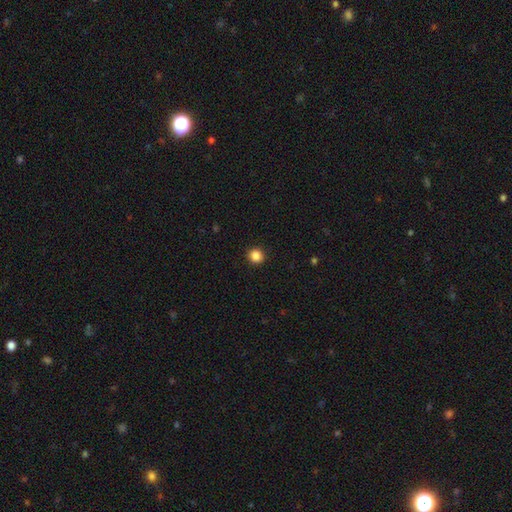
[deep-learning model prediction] Morphology: type=smooth (86%); roundness=round (90%); merging=none (93%).